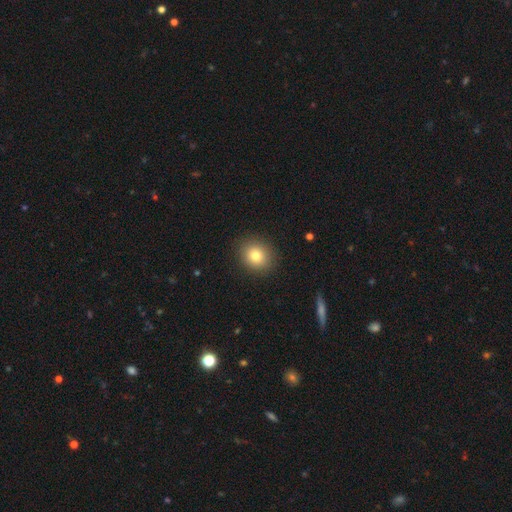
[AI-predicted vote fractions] Q: Smooth or featured?
A: smooth (80%); runner-up: star or artifact (11%)
Q: How rounded?
A: round (77%); runner-up: in between (22%)
Q: Merging?
A: none (90%); runner-up: minor disturbance (7%)